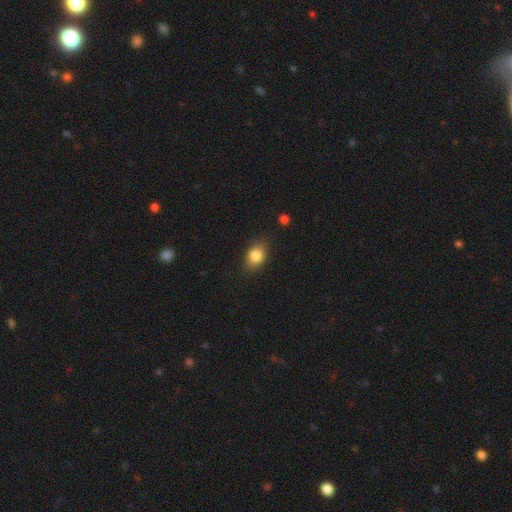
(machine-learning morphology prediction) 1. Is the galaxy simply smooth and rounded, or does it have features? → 83% smooth, 9% star or artifact, 8% featured or disk.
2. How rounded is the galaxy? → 71% in between, 27% round, 2% cigar-shaped.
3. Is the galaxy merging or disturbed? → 82% none, 14% minor disturbance, 3% major disturbance, 1% merger.